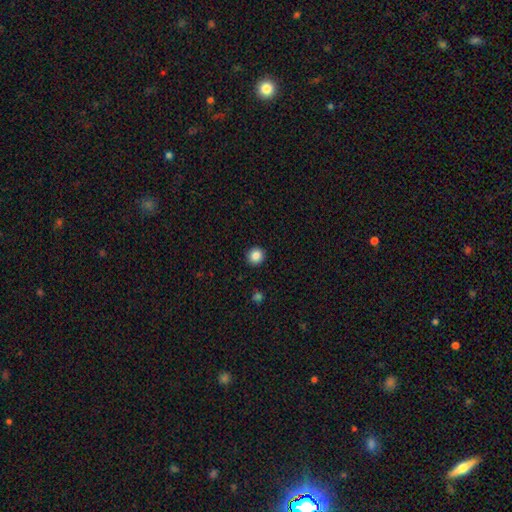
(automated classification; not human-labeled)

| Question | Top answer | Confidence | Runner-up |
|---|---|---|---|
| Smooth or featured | smooth | 86% | star or artifact (10%) |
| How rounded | round | 94% | in between (5%) |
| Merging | none | 93% | minor disturbance (5%) |